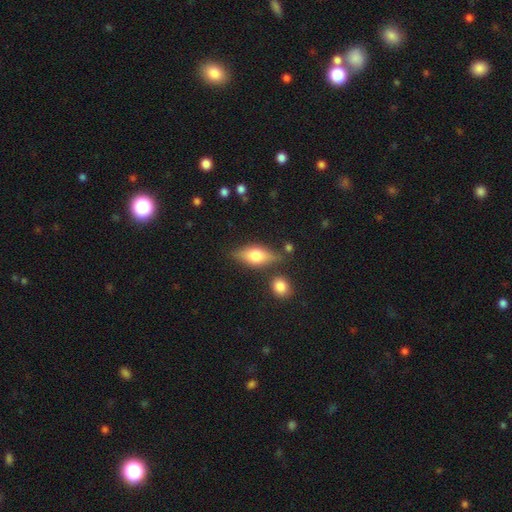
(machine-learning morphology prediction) Smooth or featured? Predicted: smooth (p=0.55). How rounded? Predicted: in between (p=0.77). Merging? Predicted: none (p=0.73).